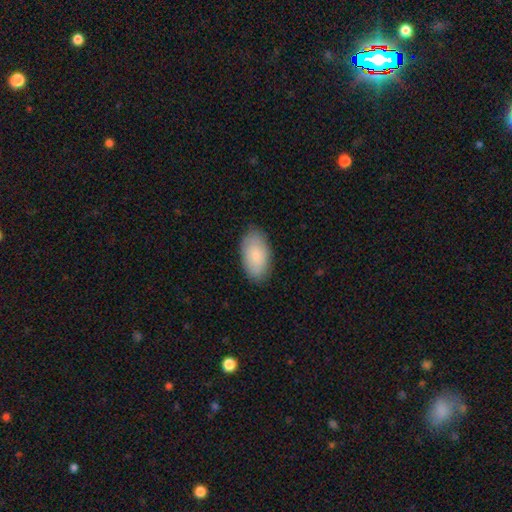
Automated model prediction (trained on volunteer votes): Smooth or featured?
  - smooth: 82% *
  - featured or disk: 12%
  - star or artifact: 6%
How rounded?
  - in between: 94% *
  - round: 3%
  - cigar-shaped: 2%
Merging?
  - none: 85% *
  - minor disturbance: 12%
  - major disturbance: 2%
  - merger: 1%